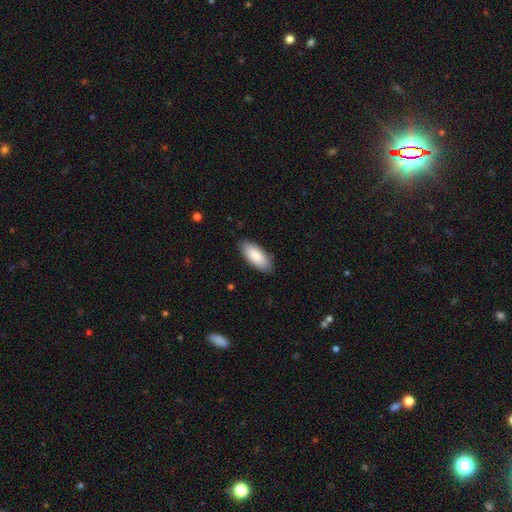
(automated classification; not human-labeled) smooth-or-featured: smooth: 87% | featured or disk: 8% | star or artifact: 5%
  how-rounded: in between: 83% | cigar-shaped: 15% | round: 1%
  merging: none: 87% | minor disturbance: 10% | major disturbance: 2% | merger: 1%